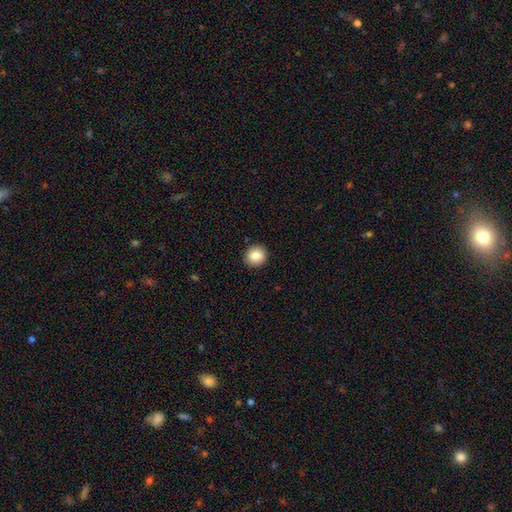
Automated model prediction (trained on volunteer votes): smooth_or_featured: smooth (p=0.85) [alt: star or artifact p=0.09]
how_rounded: round (p=0.90) [alt: in between p=0.09]
merging: none (p=0.91) [alt: minor disturbance p=0.06]